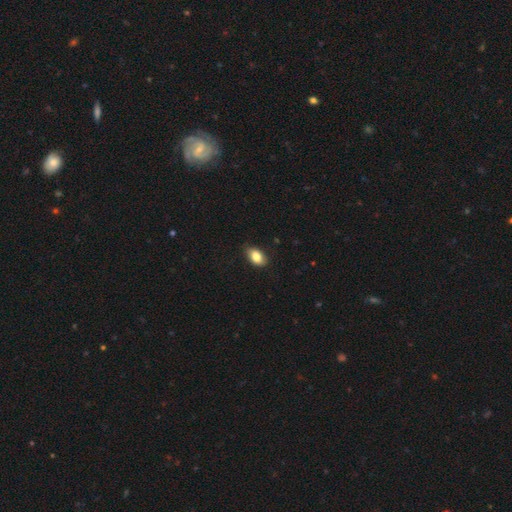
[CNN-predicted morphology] smooth 83%, featured or disk 9%, star or artifact 8%. Down the decision tree: how rounded — in between (89%); merging — none (81%).